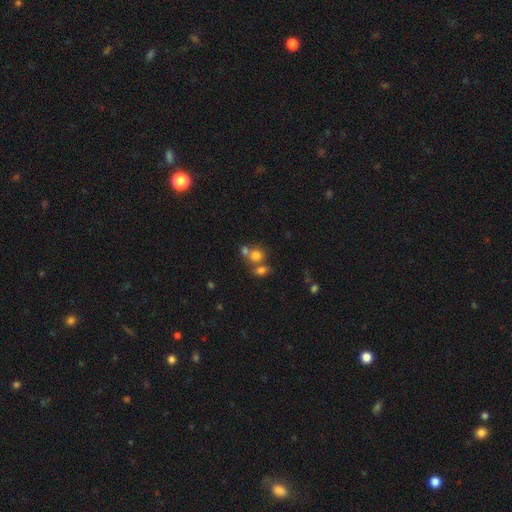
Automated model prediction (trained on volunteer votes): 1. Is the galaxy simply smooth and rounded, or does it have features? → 74% smooth, 15% star or artifact, 11% featured or disk.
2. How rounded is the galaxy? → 71% round, 27% in between, 1% cigar-shaped.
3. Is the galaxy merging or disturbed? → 44% merger, 42% none, 9% minor disturbance, 5% major disturbance.